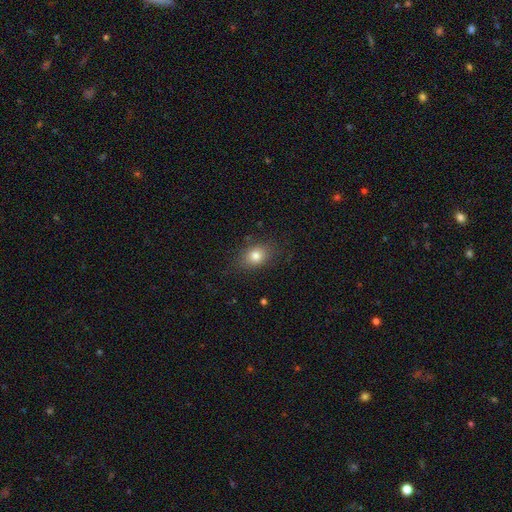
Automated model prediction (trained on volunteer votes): A smooth galaxy with no disk features (79%) that is in between round and cigar-shaped (65%).

Vote fractions:
- Smooth or featured? smooth: 79% / star or artifact: 11% / featured or disk: 10%
- How rounded? in between: 65% / round: 33% / cigar-shaped: 2%
- Merging? none: 81% / minor disturbance: 13% / major disturbance: 4% / merger: 1%